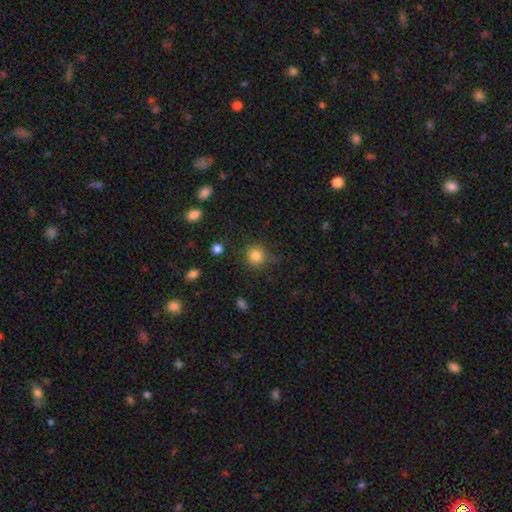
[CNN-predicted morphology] Overall: smooth (83%). How rounded: round (89%). Merging: none (79%).